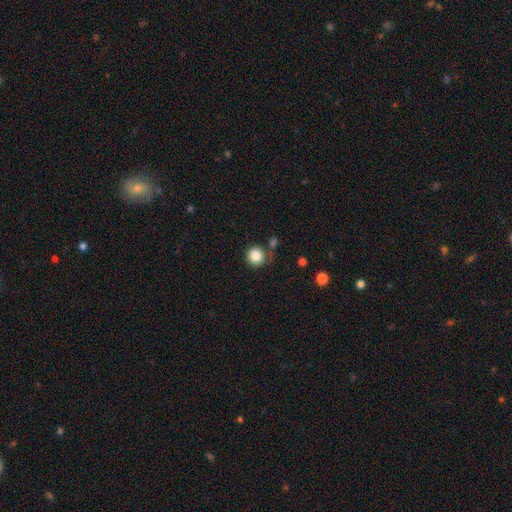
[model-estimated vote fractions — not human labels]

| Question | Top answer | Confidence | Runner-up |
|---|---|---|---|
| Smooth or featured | smooth | 86% | star or artifact (9%) |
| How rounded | round | 93% | in between (6%) |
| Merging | none | 75% | minor disturbance (12%) |